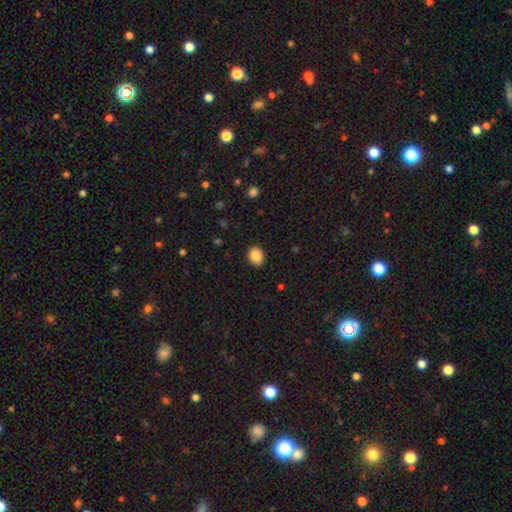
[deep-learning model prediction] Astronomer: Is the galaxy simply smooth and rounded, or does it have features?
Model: smooth — 88%.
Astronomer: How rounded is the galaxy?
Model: round — 55% (runner-up: in between, 44%).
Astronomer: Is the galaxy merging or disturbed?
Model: none — 88%.